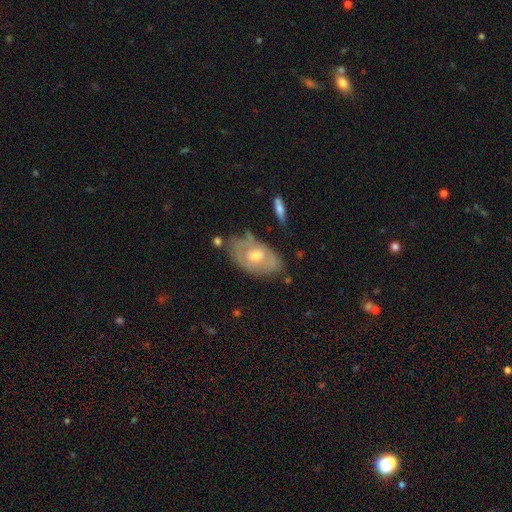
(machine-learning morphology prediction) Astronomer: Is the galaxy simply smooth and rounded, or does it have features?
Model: featured or disk — 65%.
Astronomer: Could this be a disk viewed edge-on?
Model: no — 91%.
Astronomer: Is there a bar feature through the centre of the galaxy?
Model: no — 68%.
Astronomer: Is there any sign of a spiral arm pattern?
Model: yes — 57% (runner-up: no, 43%).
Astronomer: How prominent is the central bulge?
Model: moderate — 68%.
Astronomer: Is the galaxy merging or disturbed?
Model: none — 62%.